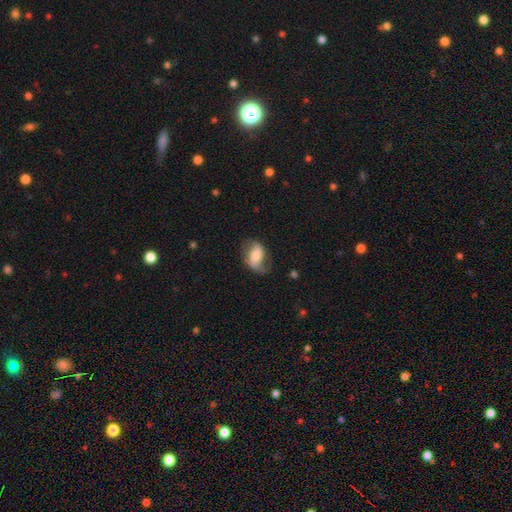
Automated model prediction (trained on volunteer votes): This appears to be a featured or disk galaxy (53%) with no bar (39%), spiral arms (85%) and a moderate central bulge (41%). Merging: none (56%).